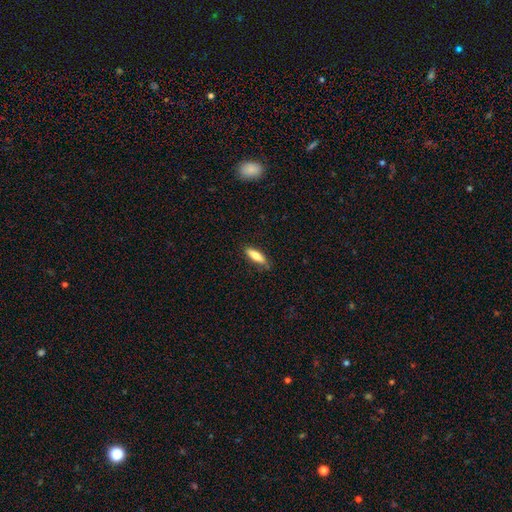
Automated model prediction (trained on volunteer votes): smooth-or-featured: smooth: 74% | featured or disk: 20% | star or artifact: 6%
  how-rounded: cigar-shaped: 54% | in between: 44% | round: 2%
  merging: none: 80% | minor disturbance: 16% | major disturbance: 3% | merger: 1%